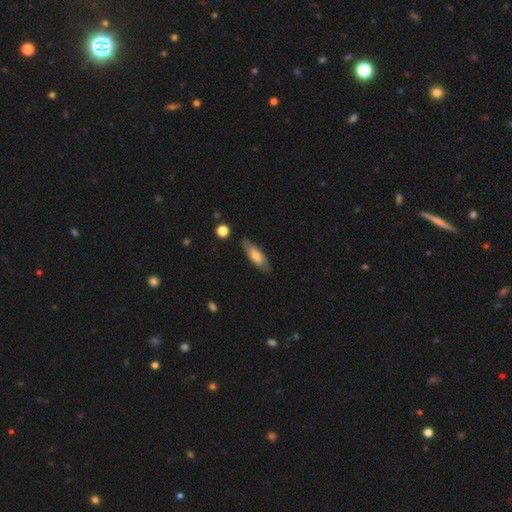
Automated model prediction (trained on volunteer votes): Smooth or featured? smooth (57%)
How rounded? in between (67%)
Merging? none (76%)